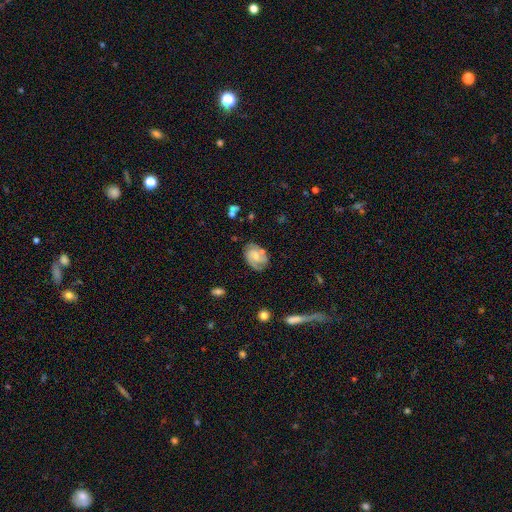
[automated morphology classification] Overall: featured or disk (68%). Edge-on disk: no (97%). Bar: no (57%; weak 36%). Spiral arms: yes (91%). Spiral arm count: 2 (61%). Spiral winding: tight (46%; medium 41%). Bulge size: small (48%; moderate 36%). Merging: none (67%).